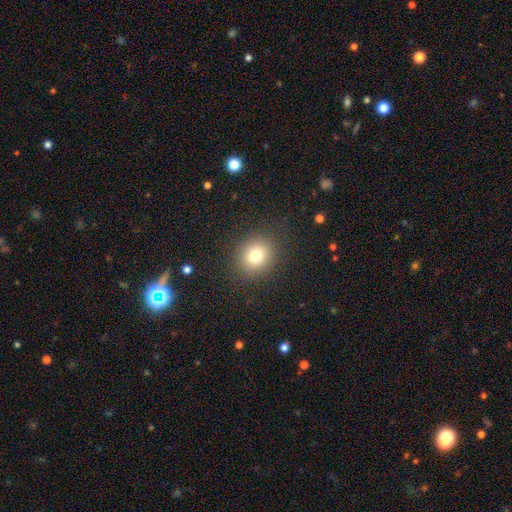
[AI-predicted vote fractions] A smooth galaxy with no disk features (76%) that is round (80%). Merging: none (88%).